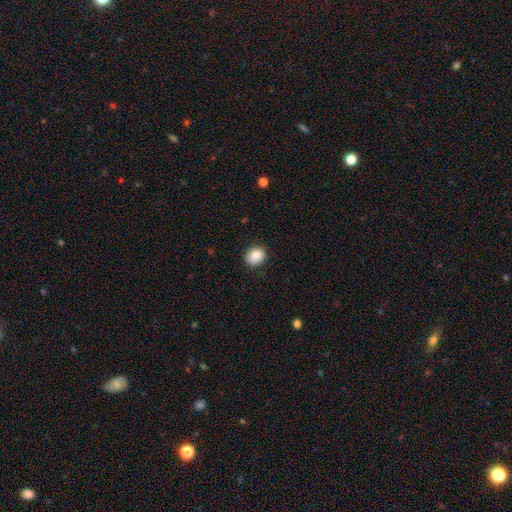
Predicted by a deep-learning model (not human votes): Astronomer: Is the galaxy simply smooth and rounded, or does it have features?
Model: smooth — 87%.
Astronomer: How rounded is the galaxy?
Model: round — 60% (runner-up: in between, 39%).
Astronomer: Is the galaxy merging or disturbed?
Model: none — 85%.